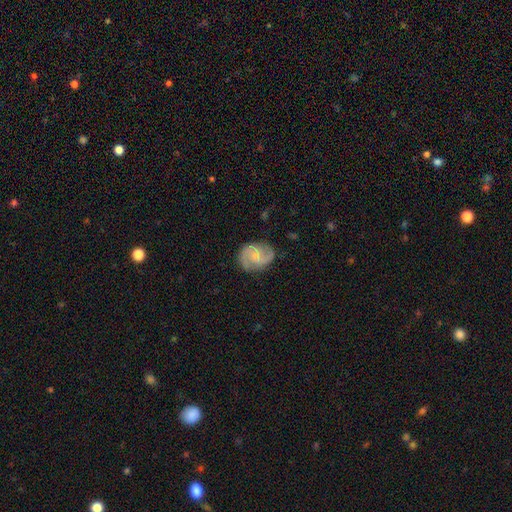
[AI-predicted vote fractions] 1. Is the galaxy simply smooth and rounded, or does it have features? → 82% featured or disk, 13% smooth, 5% star or artifact.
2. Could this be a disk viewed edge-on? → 98% no, 2% yes.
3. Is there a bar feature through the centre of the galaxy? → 54% no, 40% weak, 6% strong.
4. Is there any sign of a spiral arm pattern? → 97% yes, 3% no.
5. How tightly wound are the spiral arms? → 55% medium, 27% tight, 18% loose.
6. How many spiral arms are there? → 90% 2, 4% can't tell, 3% 3, 1% 1, 1% 4, 1% more than 4.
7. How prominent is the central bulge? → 55% small, 23% moderate, 19% none, 2% large, 1% dominant.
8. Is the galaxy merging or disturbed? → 81% none, 14% minor disturbance, 4% major disturbance, 1% merger.